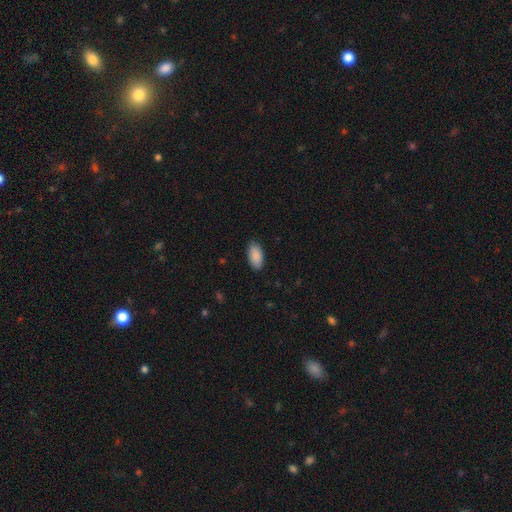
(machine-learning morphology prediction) A smooth galaxy with no disk features (90%) that is in between round and cigar-shaped (94%).

Vote fractions:
- Smooth or featured? smooth: 90% / star or artifact: 6% / featured or disk: 4%
- How rounded? in between: 94% / cigar-shaped: 3% / round: 2%
- Merging? none: 87% / minor disturbance: 10% / major disturbance: 2% / merger: 1%